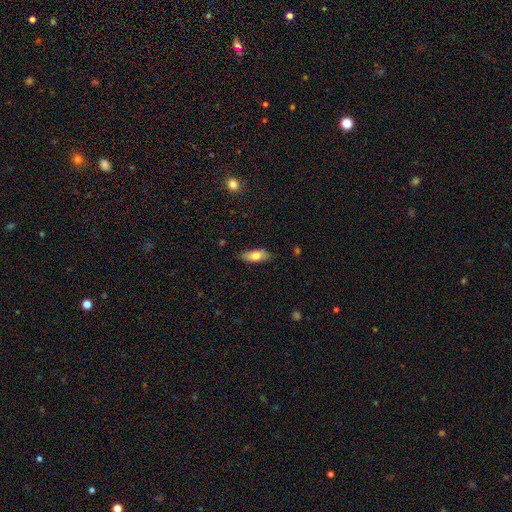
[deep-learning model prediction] Q: Smooth or featured?
A: smooth (76%); runner-up: featured or disk (17%)
Q: How rounded?
A: in between (76%); runner-up: cigar-shaped (21%)
Q: Merging?
A: none (84%); runner-up: minor disturbance (12%)